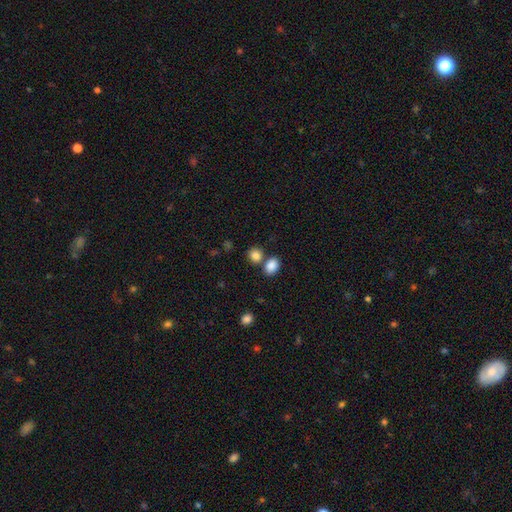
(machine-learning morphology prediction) smooth_or_featured: smooth (p=0.85) [alt: star or artifact p=0.10]
how_rounded: round (p=0.68) [alt: in between p=0.31]
merging: none (p=0.61) [alt: merger p=0.27]